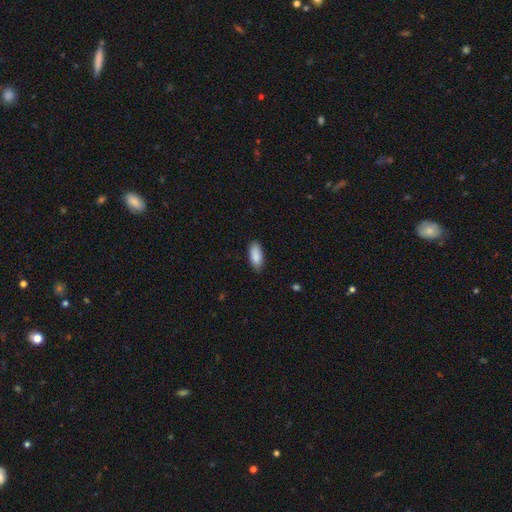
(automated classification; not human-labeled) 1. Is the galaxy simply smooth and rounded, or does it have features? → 89% smooth, 6% star or artifact, 5% featured or disk.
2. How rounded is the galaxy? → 89% in between, 10% cigar-shaped, 2% round.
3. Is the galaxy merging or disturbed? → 82% none, 15% minor disturbance, 2% major disturbance, 1% merger.